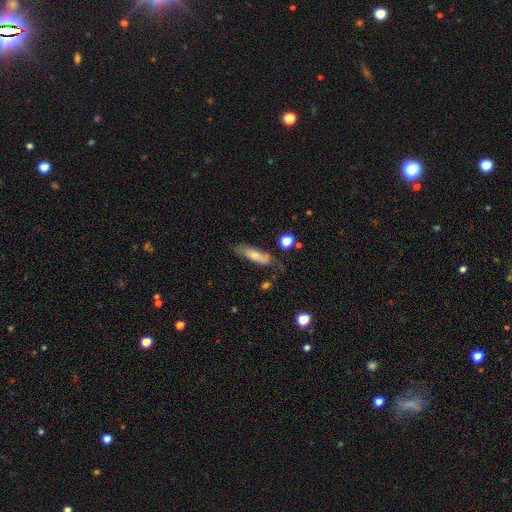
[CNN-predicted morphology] Smooth or featured? smooth (65%)
How rounded? in between (51%)
Merging? none (56%)